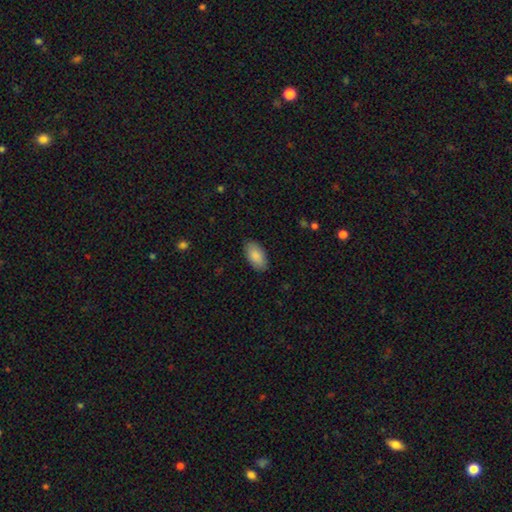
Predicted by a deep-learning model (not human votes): This is clearly a smooth galaxy (88%). How rounded: clearly in between (95%). Merging: clearly none (87%).